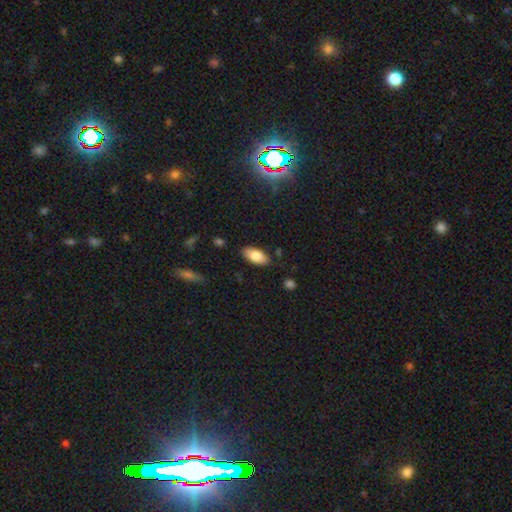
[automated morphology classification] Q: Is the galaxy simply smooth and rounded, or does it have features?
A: smooth — 81%.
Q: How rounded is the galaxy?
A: in between — 92%.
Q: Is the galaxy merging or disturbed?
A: none — 85%.